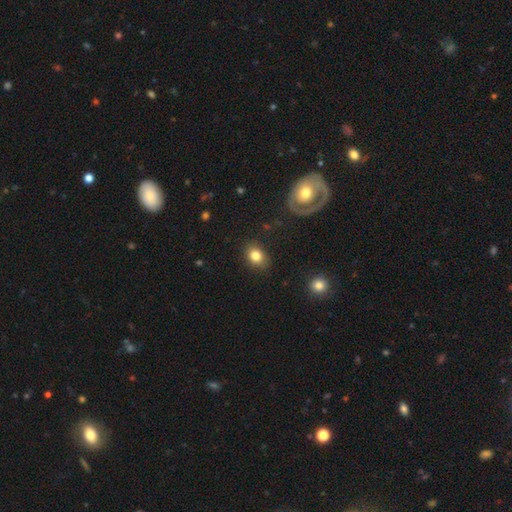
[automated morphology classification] Smooth or featured? Predicted: smooth (p=0.82). How rounded? Predicted: in between (p=0.59). Merging? Predicted: none (p=0.84).